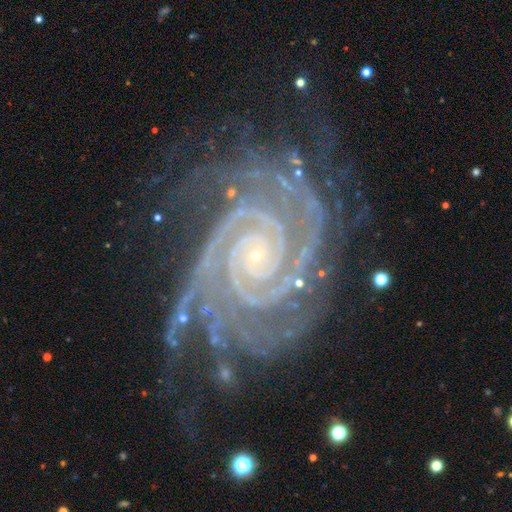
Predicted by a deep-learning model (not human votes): Q: Smooth or featured?
A: featured or disk (93%); runner-up: star or artifact (5%)
Q: Edge-on disk?
A: no (98%); runner-up: yes (2%)
Q: Bar?
A: no (69%); runner-up: weak (18%)
Q: Spiral arms?
A: yes (99%); runner-up: no (1%)
Q: Spiral winding?
A: tight (86%); runner-up: medium (12%)
Q: Spiral arm count?
A: 2 (51%); runner-up: 3 (15%)
Q: Bulge size?
A: small (87%); runner-up: moderate (8%)
Q: Merging?
A: none (67%); runner-up: minor disturbance (22%)